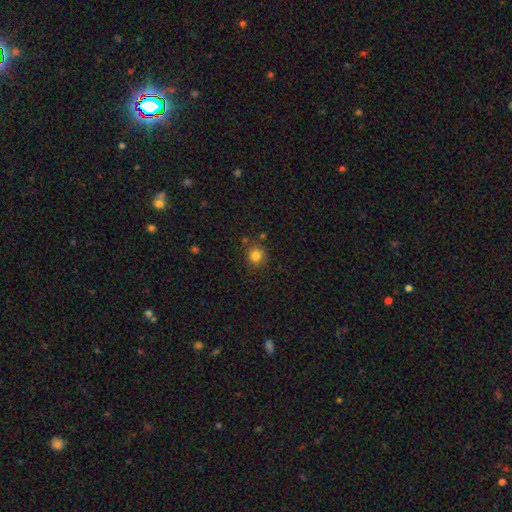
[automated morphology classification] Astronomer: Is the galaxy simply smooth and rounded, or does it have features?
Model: smooth — 82%.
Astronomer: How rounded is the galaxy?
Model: round — 92%.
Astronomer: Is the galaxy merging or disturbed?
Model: none — 83%.